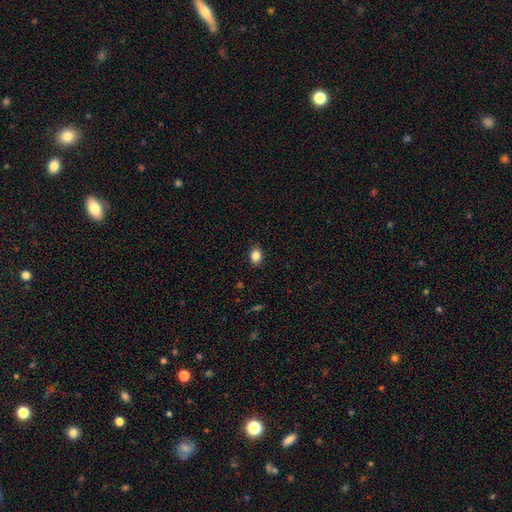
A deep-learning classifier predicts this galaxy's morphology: smooth_or_featured: smooth (p=0.86) [alt: star or artifact p=0.09]
how_rounded: in between (p=0.71) [alt: round p=0.28]
merging: none (p=0.87) [alt: minor disturbance p=0.10]